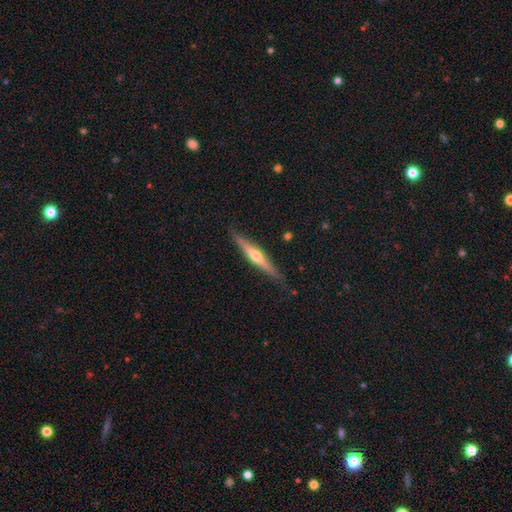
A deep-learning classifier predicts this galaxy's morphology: Smooth or featured?
  - featured or disk: 64% *
  - smooth: 30%
  - star or artifact: 6%
Edge-on disk?
  - yes: 96% *
  - no: 4%
Edge-on bulge?
  - rounded: 85% *
  - none: 10%
  - boxy: 4%
Merging?
  - none: 85% *
  - minor disturbance: 12%
  - major disturbance: 2%
  - merger: 1%